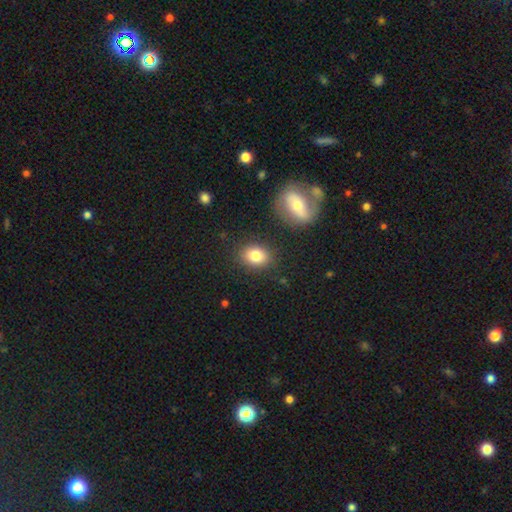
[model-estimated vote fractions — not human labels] Smooth or featured? smooth (80%)
How rounded? in between (61%)
Merging? none (84%)